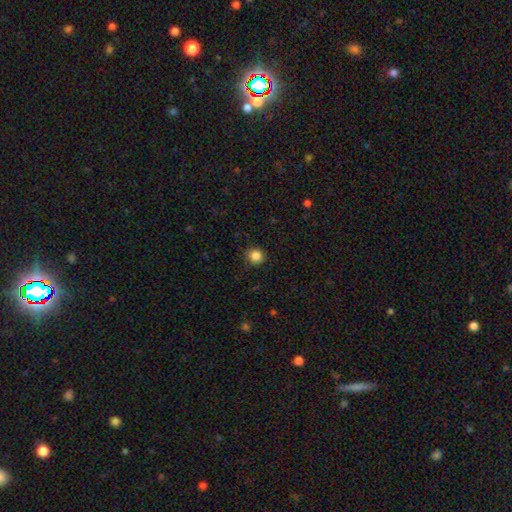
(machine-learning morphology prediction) A smooth galaxy with no disk features (86%) that is round (92%). Merging: none (87%).